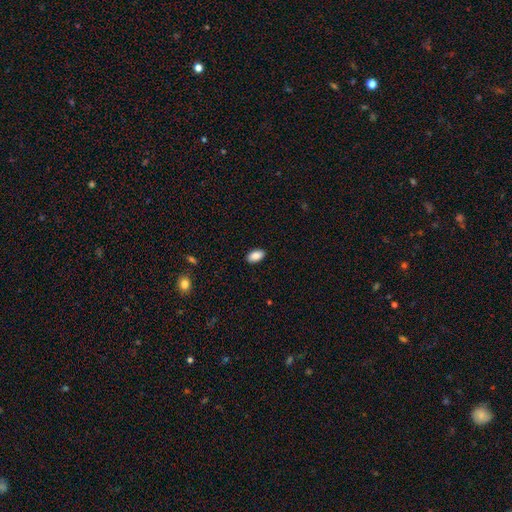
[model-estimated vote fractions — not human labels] smooth 89%, star or artifact 7%, featured or disk 4%. Down the decision tree: how rounded — in between (94%); merging — none (89%).